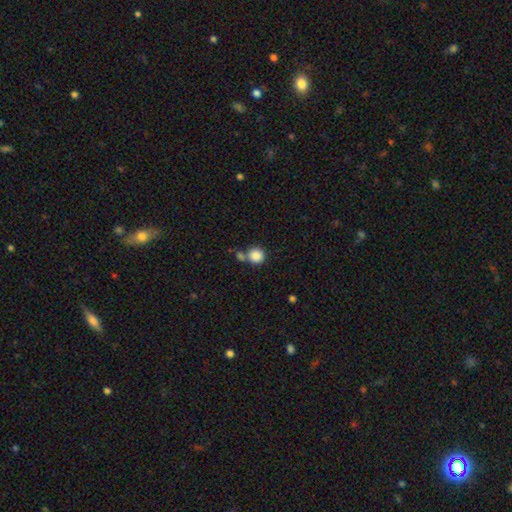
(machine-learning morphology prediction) Smooth or featured?
  - smooth: 86% *
  - star or artifact: 9%
  - featured or disk: 5%
How rounded?
  - round: 92% *
  - in between: 7%
  - cigar-shaped: 1%
Merging?
  - none: 62% *
  - merger: 25%
  - minor disturbance: 9%
  - major disturbance: 3%